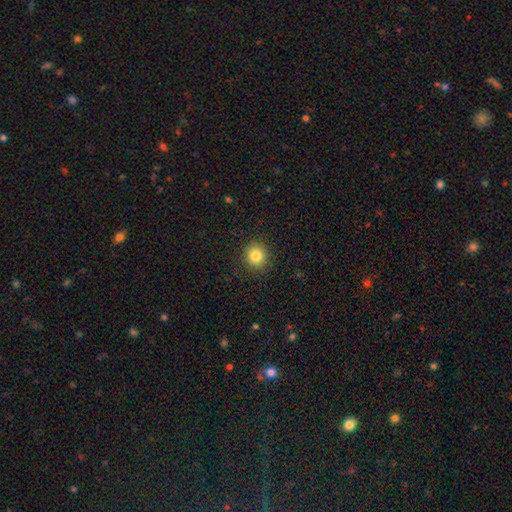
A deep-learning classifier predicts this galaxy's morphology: A smooth galaxy with no disk features (83%) that is round (87%).

Vote fractions:
- Smooth or featured? smooth: 83% / star or artifact: 11% / featured or disk: 6%
- How rounded? round: 87% / in between: 12% / cigar-shaped: 1%
- Merging? none: 90% / minor disturbance: 7% / major disturbance: 2% / merger: 1%